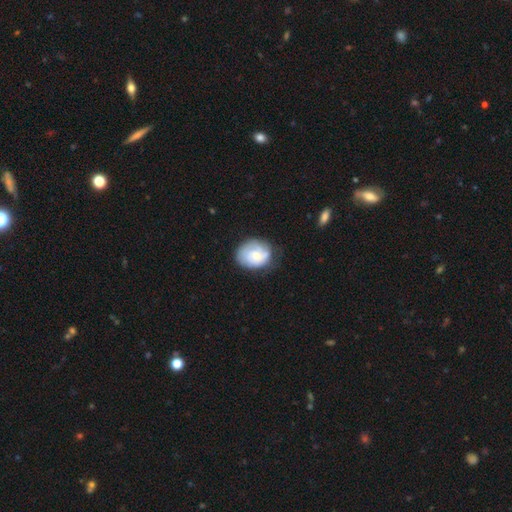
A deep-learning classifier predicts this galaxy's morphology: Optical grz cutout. It shows a smooth galaxy with no disk features (47%). Merging: none (63%).